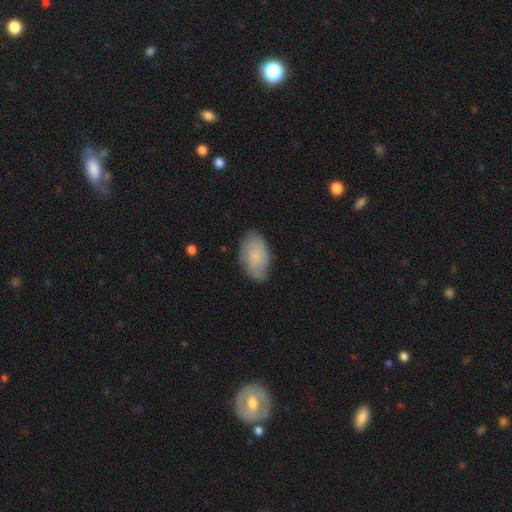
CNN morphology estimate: type=smooth (72%); roundness=in between (94%); merging=none (77%).